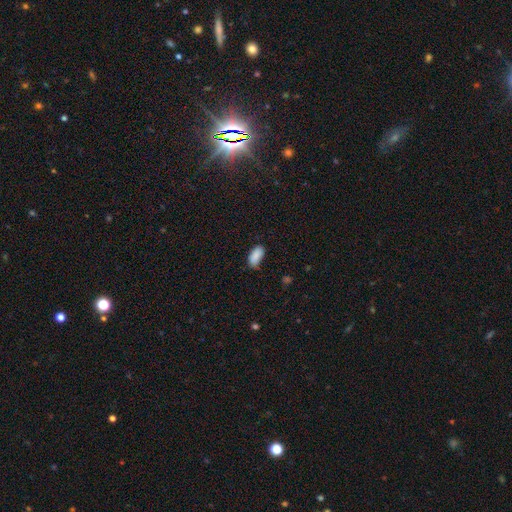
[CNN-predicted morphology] Smooth or featured: smooth — 88% (star or artifact — 7%)
How rounded: in between — 93% (cigar-shaped — 5%)
Merging: none — 68% (minor disturbance — 26%)